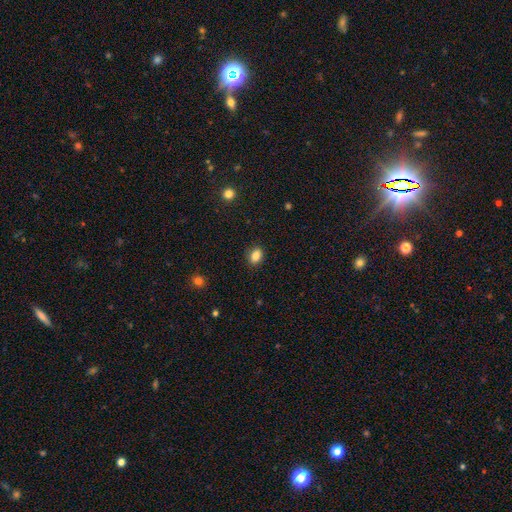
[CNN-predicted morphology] A smooth galaxy with no disk features (85%) that is in between round and cigar-shaped (70%).

Vote fractions:
- Smooth or featured? smooth: 85% / star or artifact: 10% / featured or disk: 6%
- How rounded? in between: 70% / round: 29% / cigar-shaped: 1%
- Merging? none: 87% / minor disturbance: 10% / major disturbance: 2% / merger: 1%